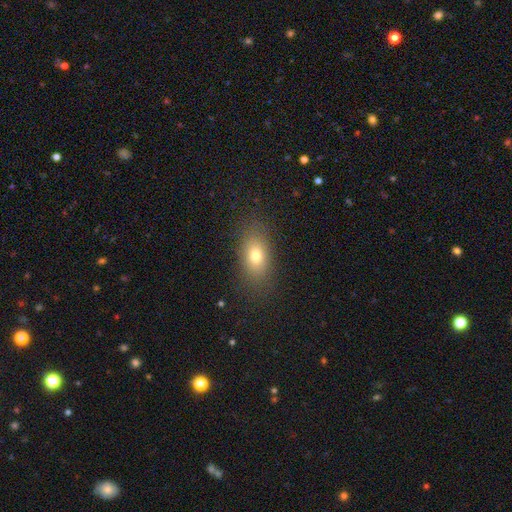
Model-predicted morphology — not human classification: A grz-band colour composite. It shows a smooth galaxy with no disk features (75%) that is in between round and cigar-shaped (82%). Merging: none (84%).